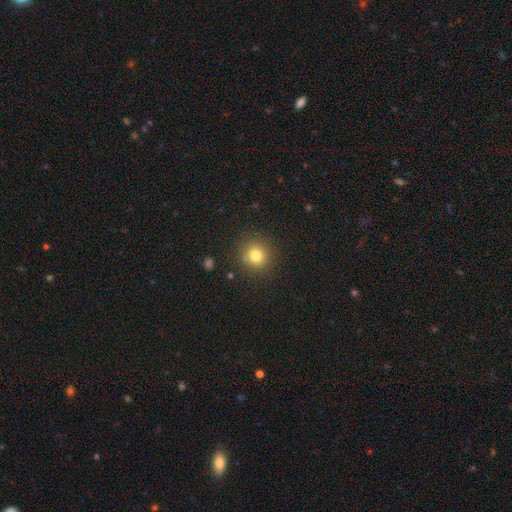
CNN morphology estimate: Smooth or featured? smooth (79%)
How rounded? round (91%)
Merging? none (86%)